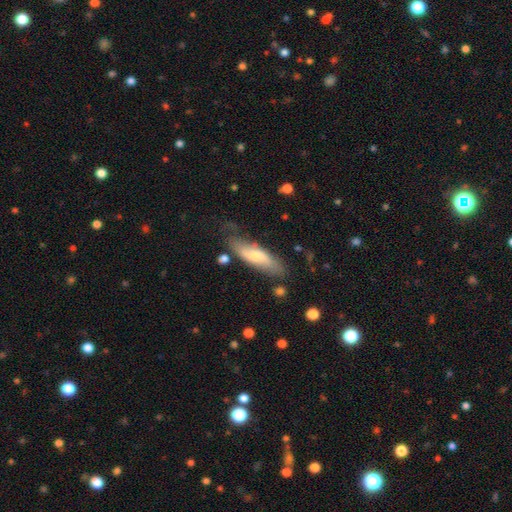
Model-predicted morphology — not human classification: The model was most divided on "how rounded": cigar-shaped: 52%, in between: 46%, round: 2%. More confident: merging — none (63%); smooth or featured — smooth (56%).